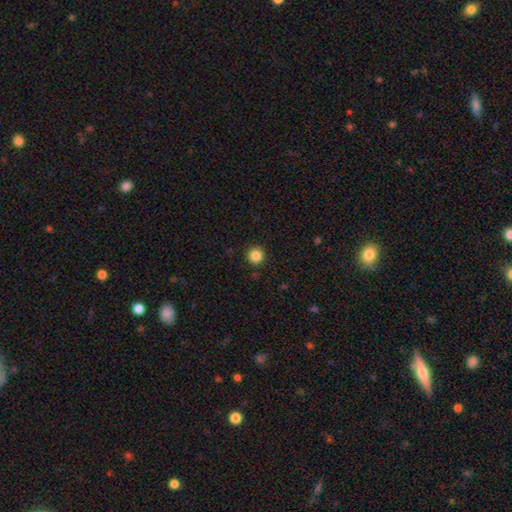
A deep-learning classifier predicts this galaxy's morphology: A smooth galaxy with no disk features (85%) that is round (96%). Merging: none (92%).